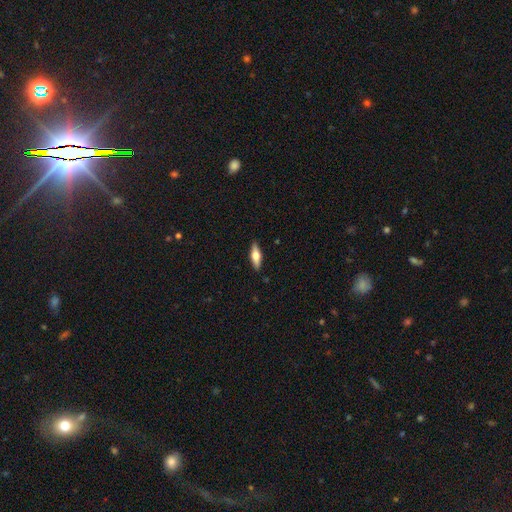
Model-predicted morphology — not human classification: Q: Smooth or featured?
A: smooth (50%); runner-up: featured or disk (44%)
Q: Merging?
A: none (89%); runner-up: minor disturbance (8%)